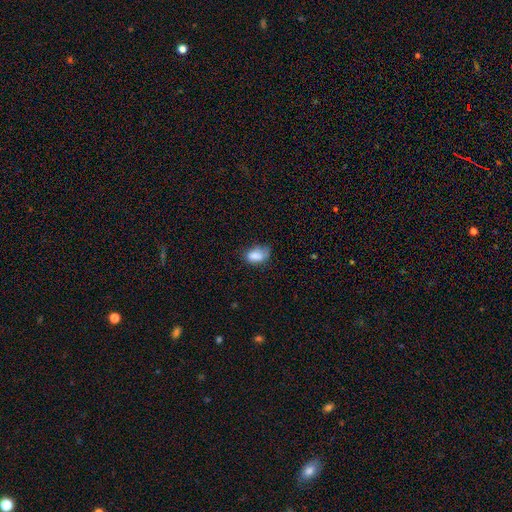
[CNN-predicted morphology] Overall: smooth (81%). How rounded: in between (89%). Merging: none (46%; minor disturbance 36%).